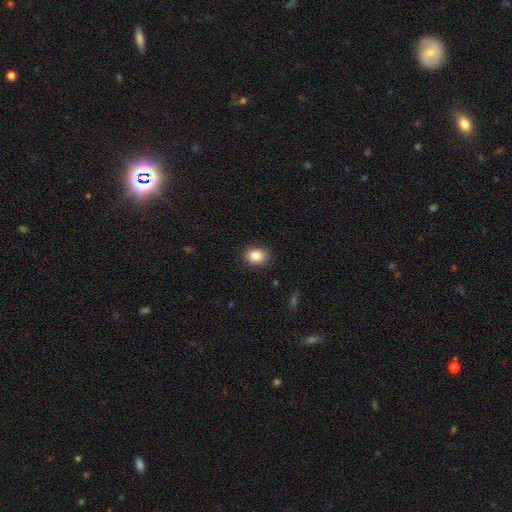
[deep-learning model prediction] Q: Smooth or featured?
A: smooth (87%); runner-up: star or artifact (9%)
Q: How rounded?
A: in between (51%); runner-up: round (48%)
Q: Merging?
A: none (88%); runner-up: minor disturbance (9%)